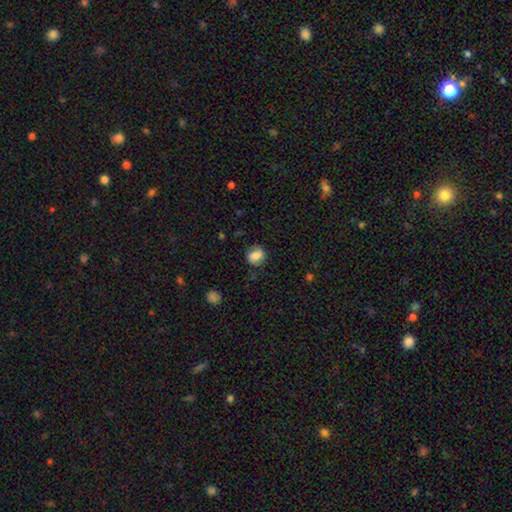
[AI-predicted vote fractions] Q: Smooth or featured?
A: smooth (81%); runner-up: featured or disk (10%)
Q: How rounded?
A: round (51%); runner-up: in between (48%)
Q: Merging?
A: none (70%); runner-up: minor disturbance (22%)